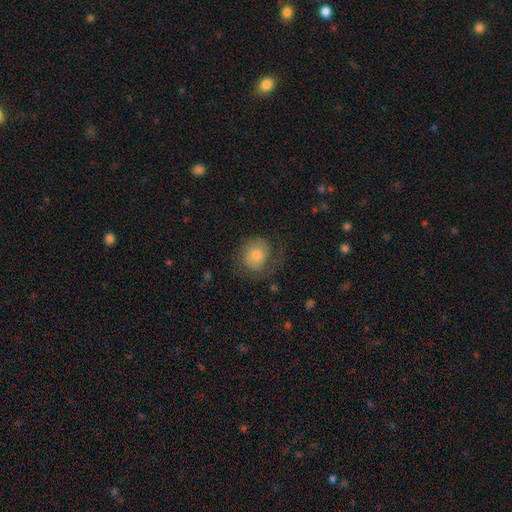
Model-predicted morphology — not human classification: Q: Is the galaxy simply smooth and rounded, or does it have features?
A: smooth — 49%.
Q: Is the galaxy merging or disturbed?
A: none — 57%.